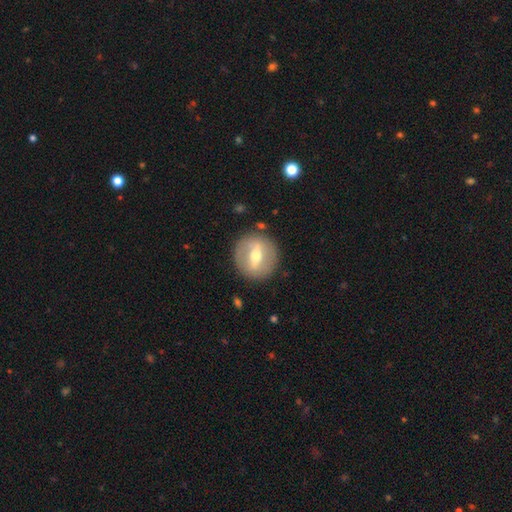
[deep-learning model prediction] Overall: featured or disk (60%; smooth 33%). Edge-on disk: no (80%). Merging: none (87%).